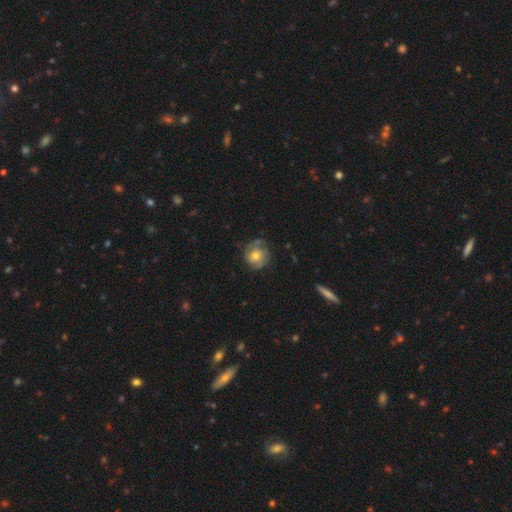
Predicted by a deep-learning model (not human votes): Smooth or featured?
  - featured or disk: 48% *
  - smooth: 44%
  - star or artifact: 8%
Merging?
  - none: 64% *
  - minor disturbance: 24%
  - major disturbance: 9%
  - merger: 3%